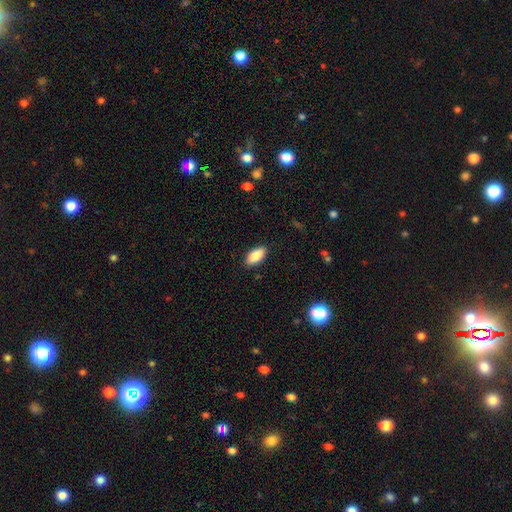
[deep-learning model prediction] smooth 87%, star or artifact 7%, featured or disk 7%. Down the decision tree: how rounded — in between (90%); merging — none (88%).